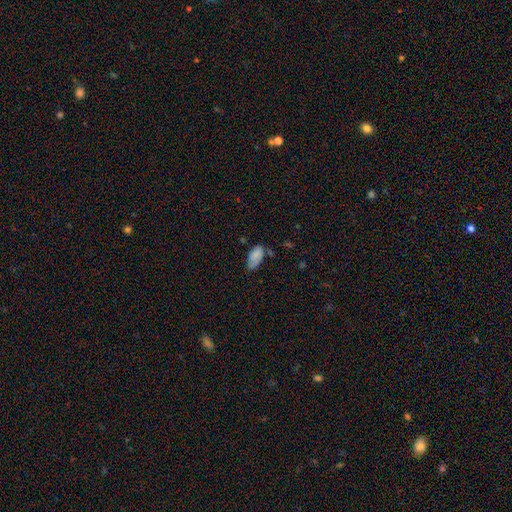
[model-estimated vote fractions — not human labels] smooth_or_featured: smooth (p=0.76) [alt: featured or disk p=0.16]
how_rounded: in between (p=0.93) [alt: cigar-shaped p=0.03]
merging: none (p=0.52) [alt: minor disturbance p=0.34]